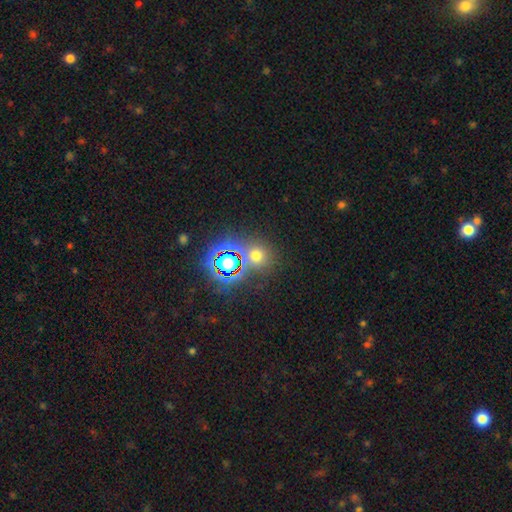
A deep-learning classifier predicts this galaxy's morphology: This is possibly a smooth galaxy (53%). How rounded: clearly round (85%). Merging: likely none (74%).